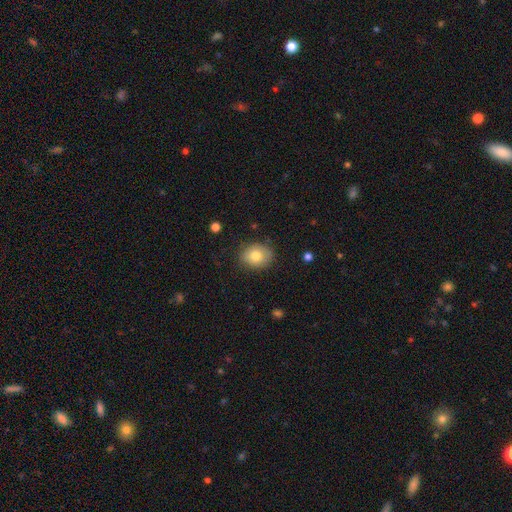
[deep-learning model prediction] This appears to be a smooth galaxy with no disk features (78%) that is in between round and cigar-shaped (53%). Merging: none (83%).